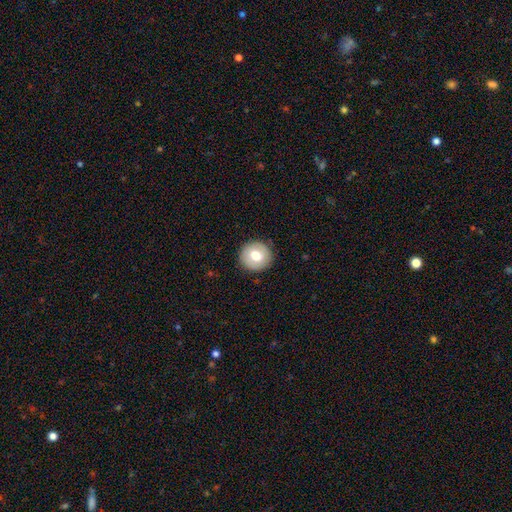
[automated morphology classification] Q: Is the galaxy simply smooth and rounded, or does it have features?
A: smooth — 72%.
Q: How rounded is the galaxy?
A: round — 92%.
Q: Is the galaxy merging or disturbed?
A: none — 91%.